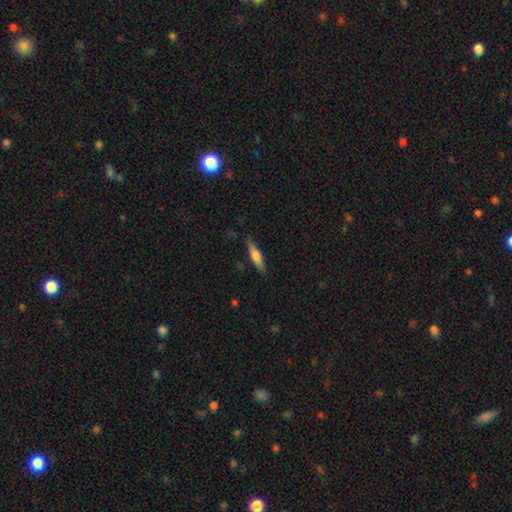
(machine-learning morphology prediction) Smooth or featured? smooth (50%)
Merging? none (85%)